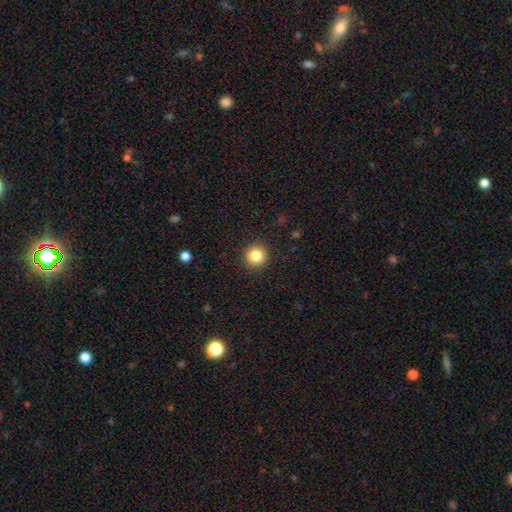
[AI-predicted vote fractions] A smooth galaxy with no disk features (84%) that is round (93%). Merging: none (91%).